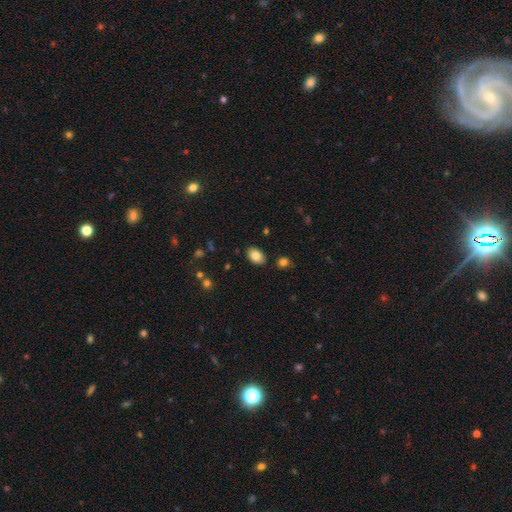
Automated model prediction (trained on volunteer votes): A smooth galaxy with no disk features (84%) that is in between round and cigar-shaped (85%).

Vote fractions:
- Smooth or featured? smooth: 84% / star or artifact: 8% / featured or disk: 8%
- How rounded? in between: 85% / round: 14% / cigar-shaped: 1%
- Merging? none: 86% / minor disturbance: 9% / merger: 3% / major disturbance: 2%